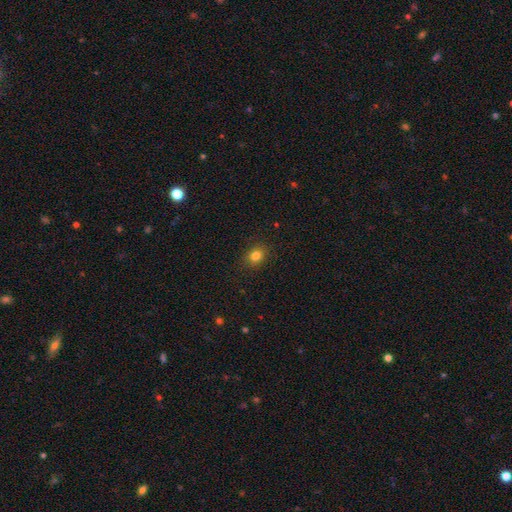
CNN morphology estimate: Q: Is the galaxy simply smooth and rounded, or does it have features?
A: smooth — 82%.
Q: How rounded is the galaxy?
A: round — 62%.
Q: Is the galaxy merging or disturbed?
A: none — 88%.